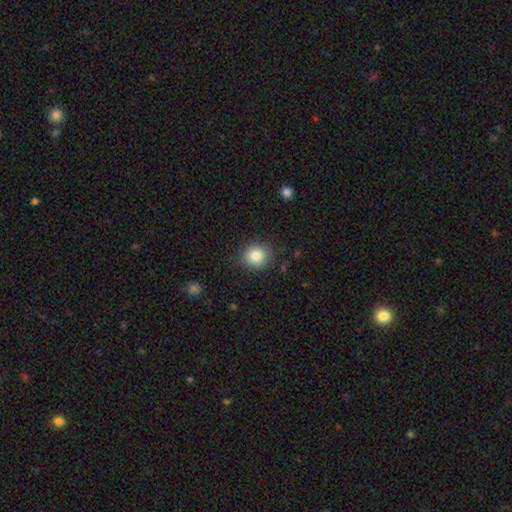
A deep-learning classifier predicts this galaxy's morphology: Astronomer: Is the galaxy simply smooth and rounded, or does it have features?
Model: smooth — 85%.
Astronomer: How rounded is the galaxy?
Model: round — 85%.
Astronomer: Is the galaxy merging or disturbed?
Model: none — 86%.